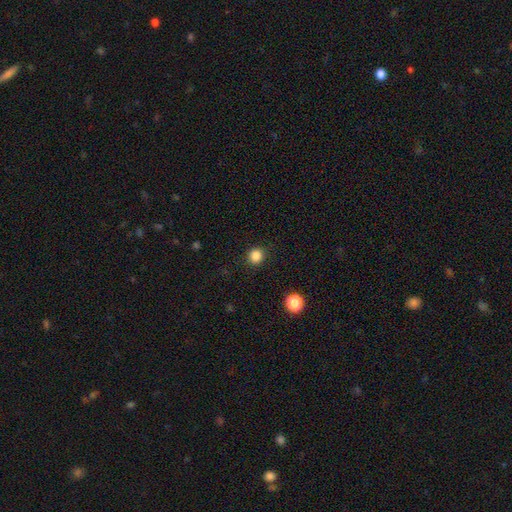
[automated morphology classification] Smooth or featured?
  - smooth: 85% *
  - star or artifact: 12%
  - featured or disk: 3%
How rounded?
  - round: 90% *
  - in between: 9%
  - cigar-shaped: 1%
Merging?
  - none: 90% *
  - minor disturbance: 6%
  - major disturbance: 2%
  - merger: 1%